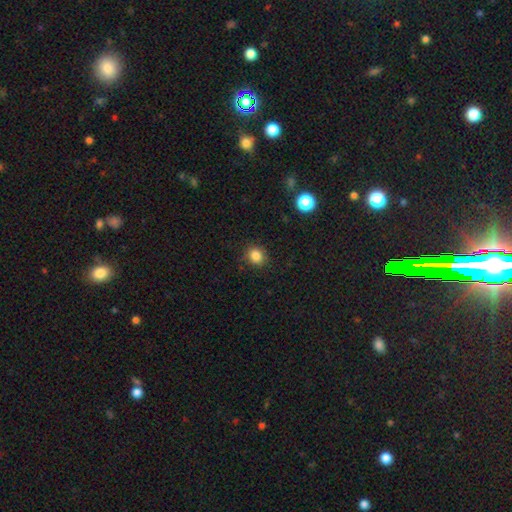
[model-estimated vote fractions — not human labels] This appears to be a smooth galaxy with no disk features (84%) that is round (80%). Merging: none (87%).